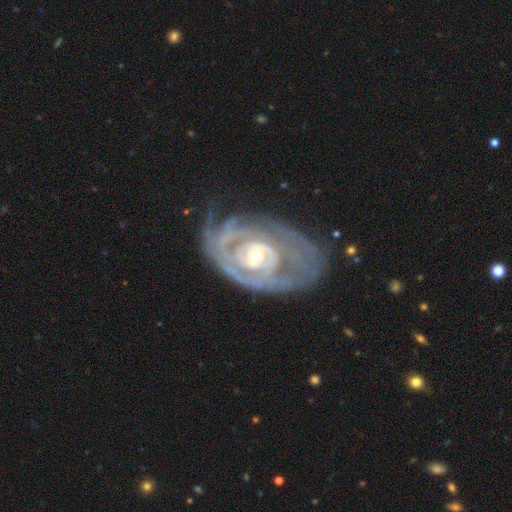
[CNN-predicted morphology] Q: Smooth or featured?
A: featured or disk (88%); runner-up: smooth (7%)
Q: Edge-on disk?
A: no (96%); runner-up: yes (4%)
Q: Bar?
A: no (64%); runner-up: weak (25%)
Q: Spiral arms?
A: yes (90%); runner-up: no (10%)
Q: Spiral winding?
A: tight (70%); runner-up: medium (23%)
Q: Spiral arm count?
A: can't tell (36%); runner-up: 2 (30%)
Q: Bulge size?
A: moderate (49%); runner-up: small (45%)
Q: Merging?
A: none (54%); runner-up: minor disturbance (22%)